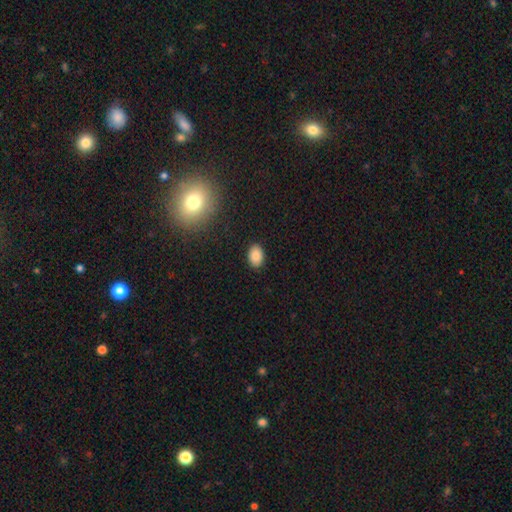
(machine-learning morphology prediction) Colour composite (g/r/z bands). It shows a smooth galaxy with no disk features (86%) that is in between round and cigar-shaped (81%). Merging: none (89%).